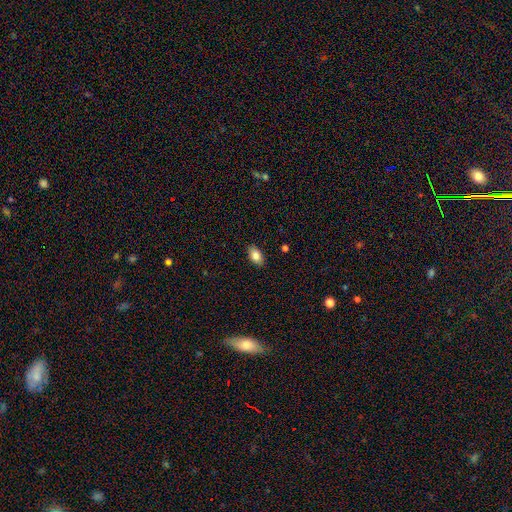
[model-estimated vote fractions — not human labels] Smooth or featured: smooth — 83% (featured or disk — 9%)
How rounded: in between — 90% (round — 8%)
Merging: none — 88% (minor disturbance — 9%)